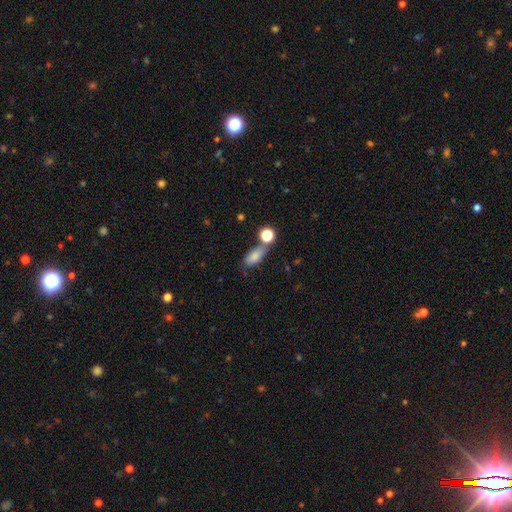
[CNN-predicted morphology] Smooth or featured: smooth — 79% (featured or disk — 11%)
How rounded: in between — 79% (cigar-shaped — 11%)
Merging: none — 53% (merger — 23%)